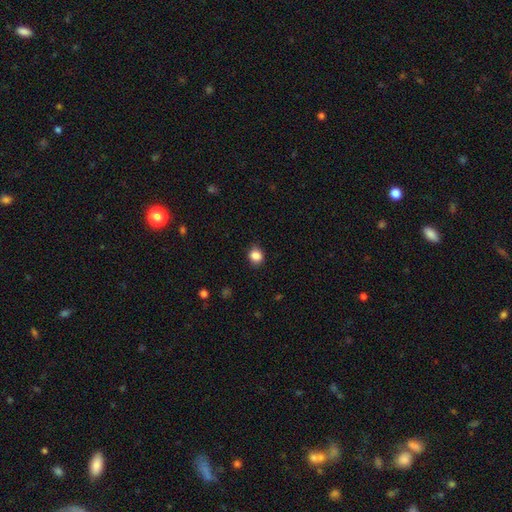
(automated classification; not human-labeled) smooth 86%, star or artifact 10%, featured or disk 4%. Down the decision tree: how rounded — round (68%); merging — none (81%).